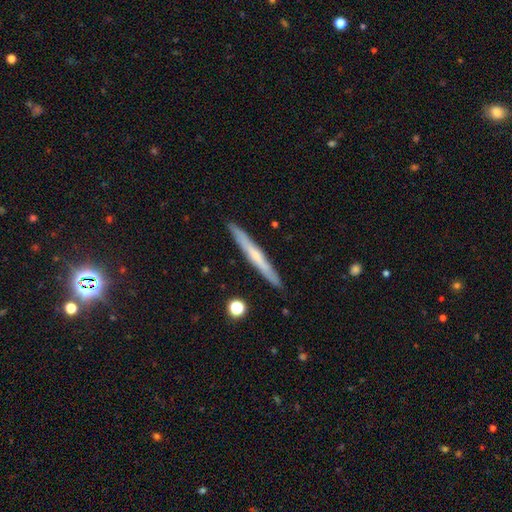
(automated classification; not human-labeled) Morphology: type=featured or disk (49%); merging=none (91%).